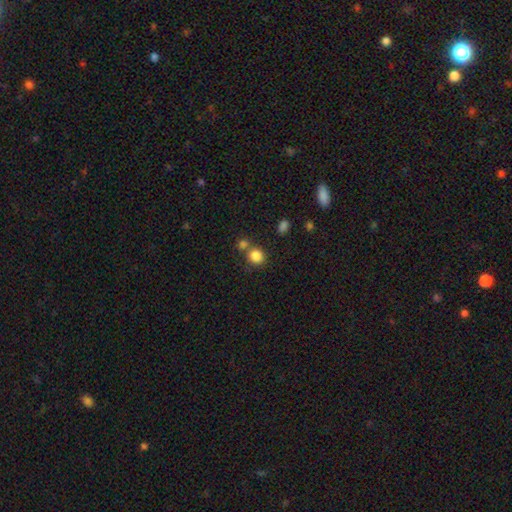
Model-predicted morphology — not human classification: Smooth or featured? smooth (85%)
How rounded? round (82%)
Merging? none (65%)